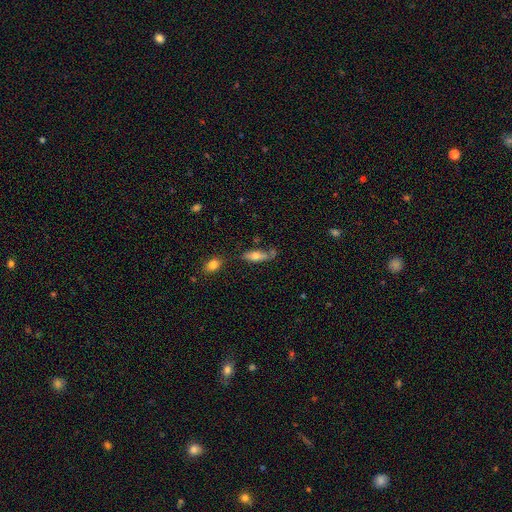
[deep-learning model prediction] A smooth galaxy with no disk features (67%) that is in between round and cigar-shaped (61%).

Vote fractions:
- Smooth or featured? smooth: 67% / featured or disk: 25% / star or artifact: 8%
- How rounded? in between: 61% / cigar-shaped: 37% / round: 3%
- Merging? none: 53% / minor disturbance: 24% / merger: 13% / major disturbance: 9%